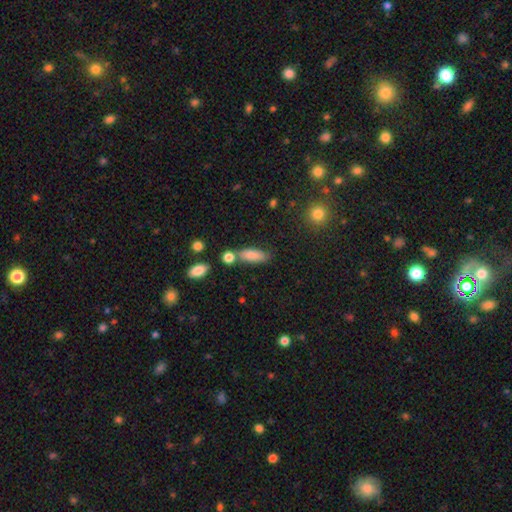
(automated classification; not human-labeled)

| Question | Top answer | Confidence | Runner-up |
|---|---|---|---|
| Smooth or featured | smooth | 74% | featured or disk (13%) |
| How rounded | in between | 61% | cigar-shaped (35%) |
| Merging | none | 72% | minor disturbance (14%) |